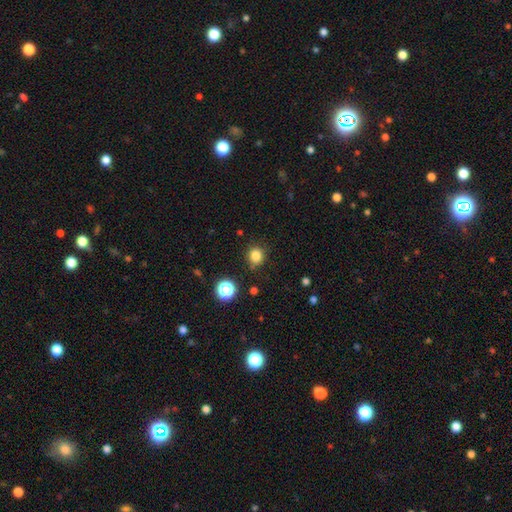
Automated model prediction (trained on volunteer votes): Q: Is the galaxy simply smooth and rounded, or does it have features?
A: smooth — 82%.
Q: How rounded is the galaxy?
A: round — 84%.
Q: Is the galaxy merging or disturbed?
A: none — 84%.